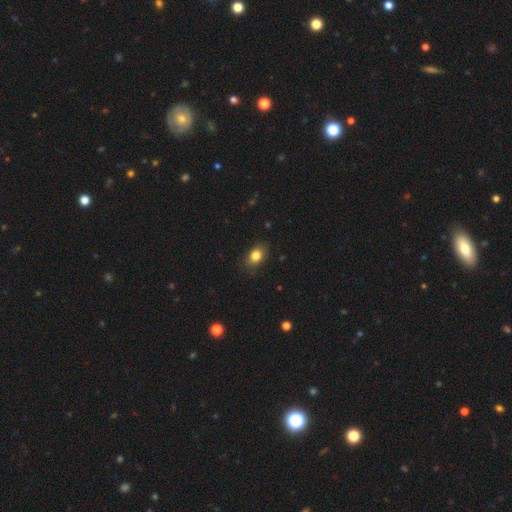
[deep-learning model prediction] A smooth galaxy with no disk features (83%) that is in between round and cigar-shaped (71%).

Vote fractions:
- Smooth or featured? smooth: 83% / star or artifact: 10% / featured or disk: 7%
- How rounded? in between: 71% / round: 28% / cigar-shaped: 2%
- Merging? none: 83% / minor disturbance: 13% / major disturbance: 3% / merger: 1%